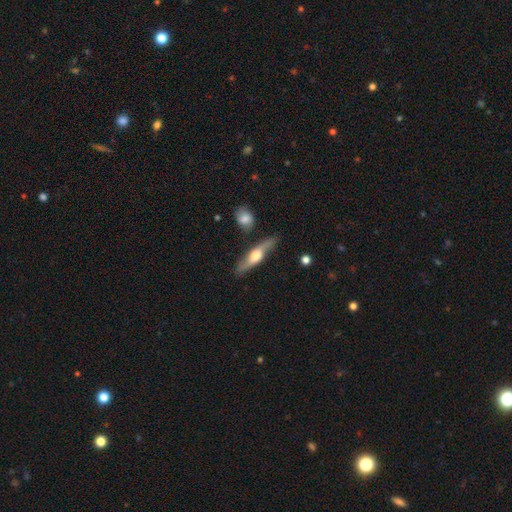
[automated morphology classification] The model was most divided on "smooth or featured": featured or disk: 59%, smooth: 36%, star or artifact: 5%. More confident: edge-on disk — yes (82%); merging — none (78%).